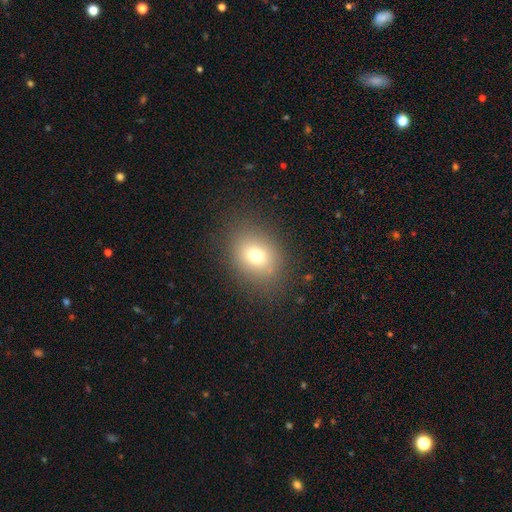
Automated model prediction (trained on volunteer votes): The model was most divided on "how rounded": in between: 50%, round: 49%, cigar-shaped: 1%. More confident: merging — none (83%); smooth or featured — smooth (72%).